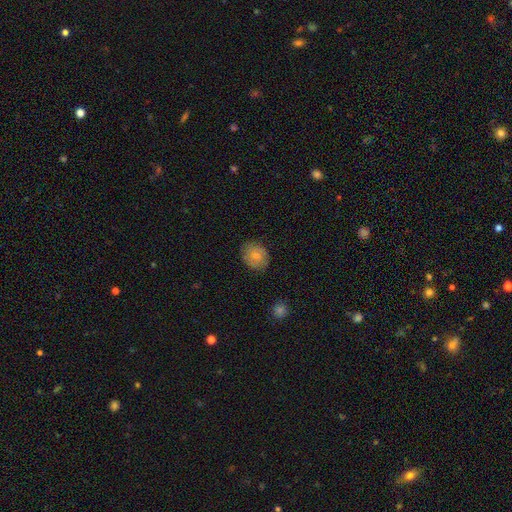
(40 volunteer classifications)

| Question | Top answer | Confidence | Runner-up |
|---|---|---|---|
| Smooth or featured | smooth | 72% | featured or disk (25%) |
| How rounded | in between | 55% | round (45%) |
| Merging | none | 85% | minor disturbance (8%) |